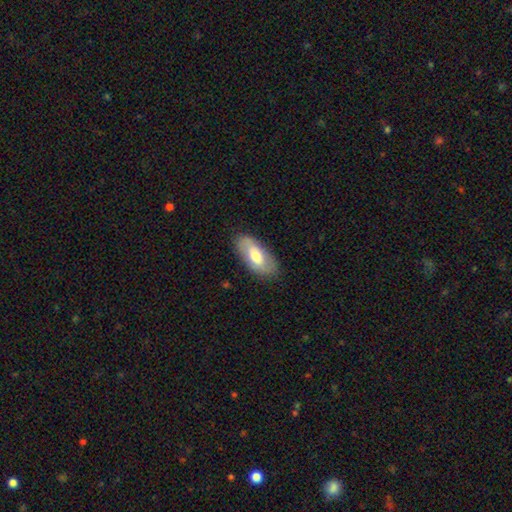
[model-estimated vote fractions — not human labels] The model was most divided on "smooth or featured": smooth: 63%, featured or disk: 32%, star or artifact: 6%. More confident: how rounded — in between (90%); merging — none (82%).